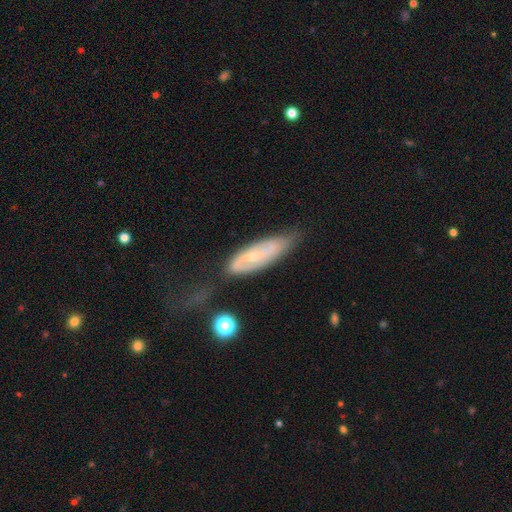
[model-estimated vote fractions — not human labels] smooth_or_featured: featured or disk (p=0.60) [alt: smooth p=0.33]
disk_edge_on: no (p=0.77) [alt: yes p=0.23]
merging: none (p=0.52) [alt: minor disturbance p=0.29]